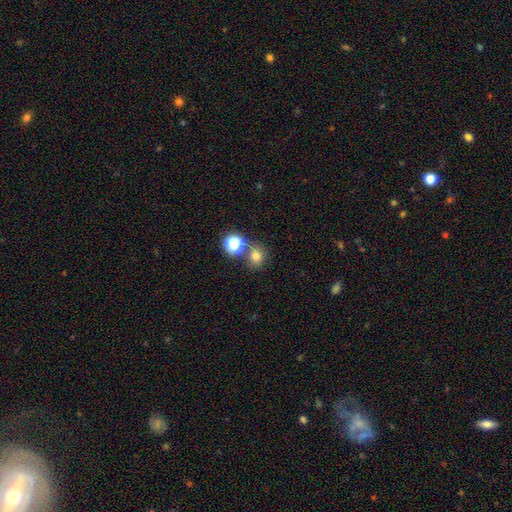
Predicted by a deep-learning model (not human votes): Morphology: type=smooth (75%); roundness=round (73%); merging=none (67%).